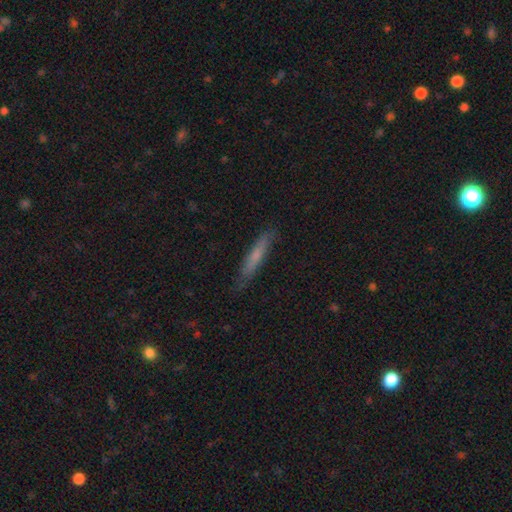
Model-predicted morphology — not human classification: Overall: smooth (61%; featured or disk 33%). How rounded: cigar-shaped (93%). Merging: none (84%).